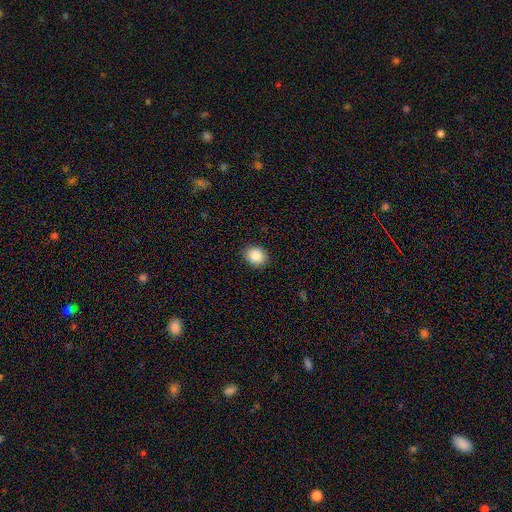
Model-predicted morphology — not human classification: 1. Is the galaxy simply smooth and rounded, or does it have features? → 88% smooth, 8% star or artifact, 4% featured or disk.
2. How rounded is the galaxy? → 58% round, 42% in between, 1% cigar-shaped.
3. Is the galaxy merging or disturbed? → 89% none, 8% minor disturbance, 2% major disturbance, 1% merger.